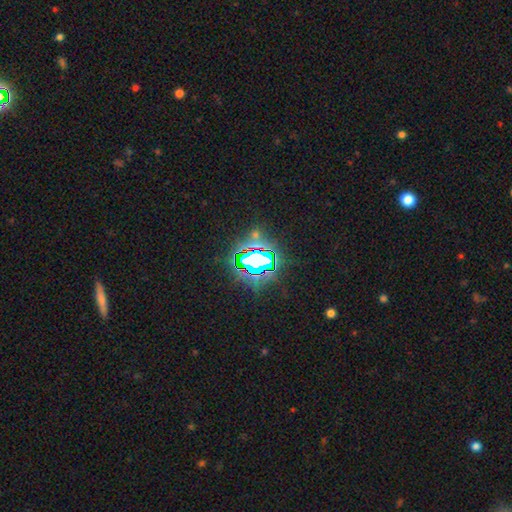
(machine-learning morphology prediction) Overall: star or artifact (76%).